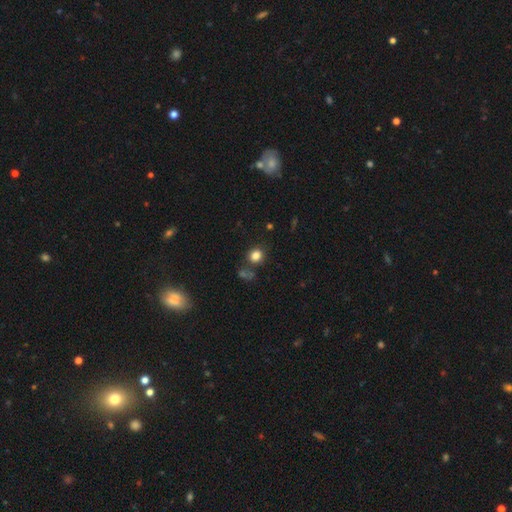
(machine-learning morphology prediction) Smooth or featured? smooth (82%)
How rounded? round (83%)
Merging? none (78%)